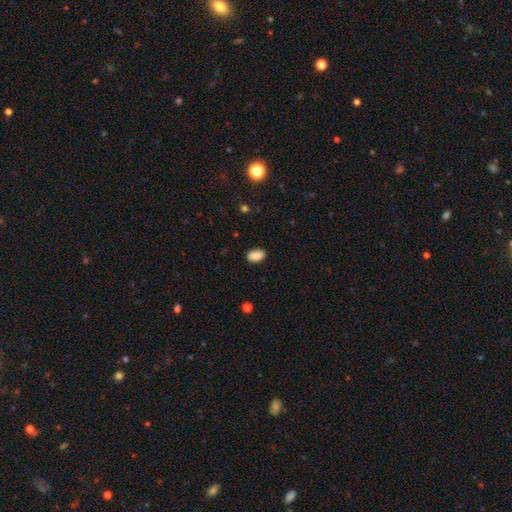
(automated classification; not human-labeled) This appears to be a smooth galaxy with no disk features (89%) that is in between round and cigar-shaped (90%). Merging: none (86%).